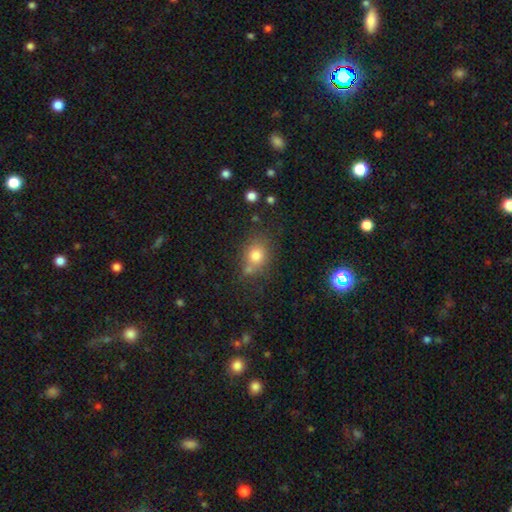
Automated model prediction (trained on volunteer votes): A smooth galaxy with no disk features (78%) that is round (58%). Merging: none (61%).